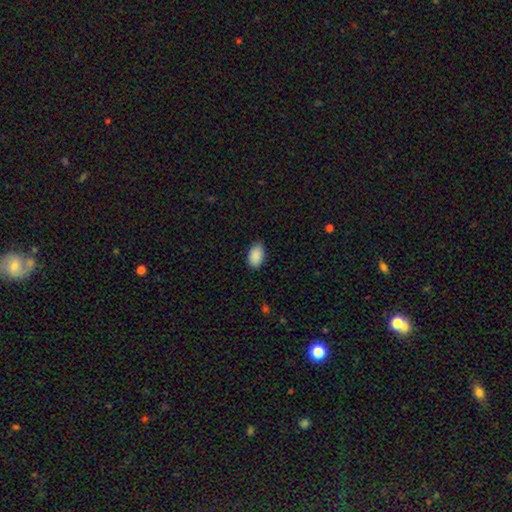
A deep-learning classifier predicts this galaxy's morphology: The model was most divided on "merging": none: 79%, minor disturbance: 17%, major disturbance: 3%, merger: 1%. More confident: how rounded — in between (92%); smooth or featured — smooth (90%).